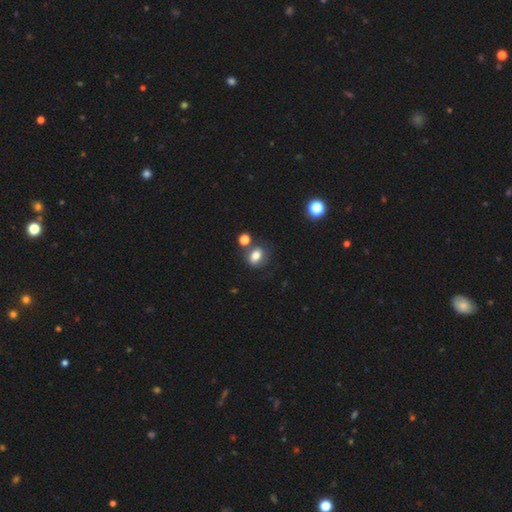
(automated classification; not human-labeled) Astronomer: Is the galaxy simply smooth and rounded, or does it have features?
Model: smooth — 79%.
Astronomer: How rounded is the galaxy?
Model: in between — 61% (runner-up: round, 37%).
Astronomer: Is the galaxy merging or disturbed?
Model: none — 62%.